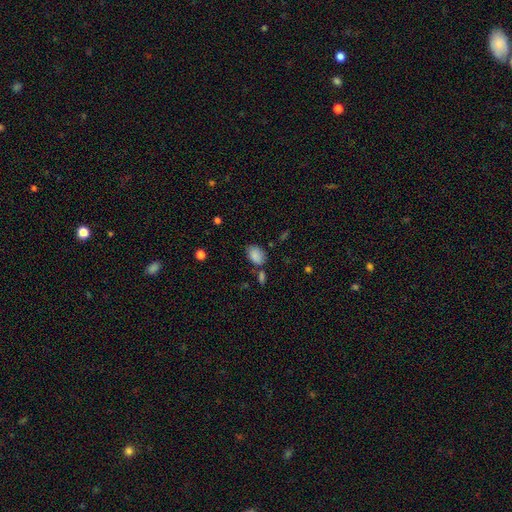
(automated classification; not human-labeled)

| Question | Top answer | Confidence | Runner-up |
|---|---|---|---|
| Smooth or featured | smooth | 85% | star or artifact (8%) |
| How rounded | in between | 82% | round (17%) |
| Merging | none | 63% | minor disturbance (20%) |